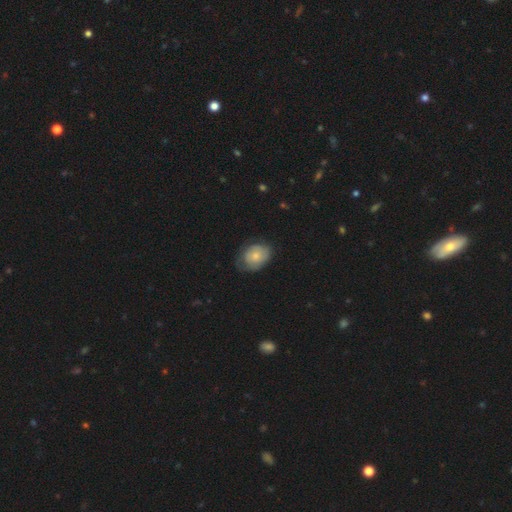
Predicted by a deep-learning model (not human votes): This is possibly a smooth galaxy (51%). How rounded: possibly in between (59%). Merging: likely none (62%).